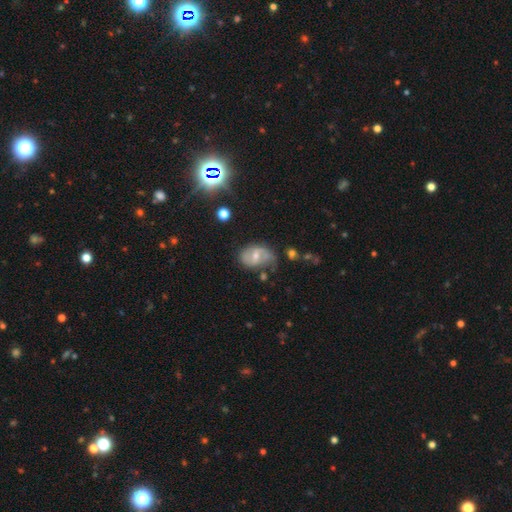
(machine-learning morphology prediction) Smooth or featured?
  - featured or disk: 58% *
  - smooth: 34%
  - star or artifact: 8%
Edge-on disk?
  - no: 95% *
  - yes: 5%
Bar?
  - weak: 48% *
  - no: 34%
  - strong: 18%
Spiral arms?
  - yes: 72% *
  - no: 28%
Bulge size?
  - moderate: 53% *
  - small: 42%
  - none: 2%
  - large: 2%
  - dominant: 1%
Merging?
  - none: 50% *
  - minor disturbance: 31%
  - major disturbance: 14%
  - merger: 5%